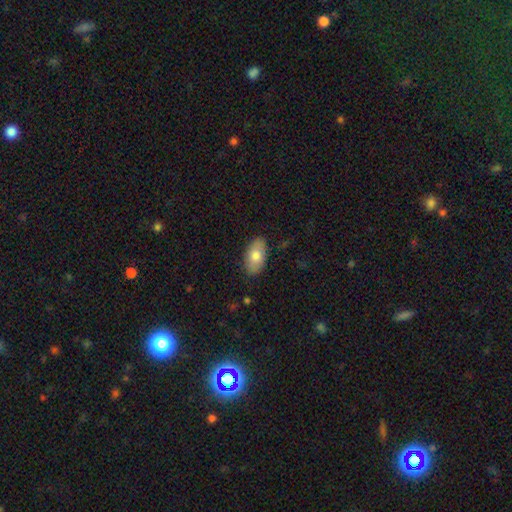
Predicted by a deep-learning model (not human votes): smooth 76%, featured or disk 18%, star or artifact 6%. Down the decision tree: how rounded — in between (93%); merging — none (85%).